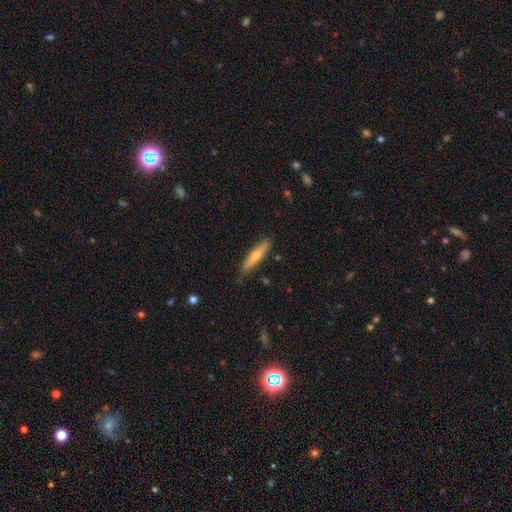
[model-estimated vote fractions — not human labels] Morphology: type=smooth (53%); roundness=cigar-shaped (85%); merging=none (83%).